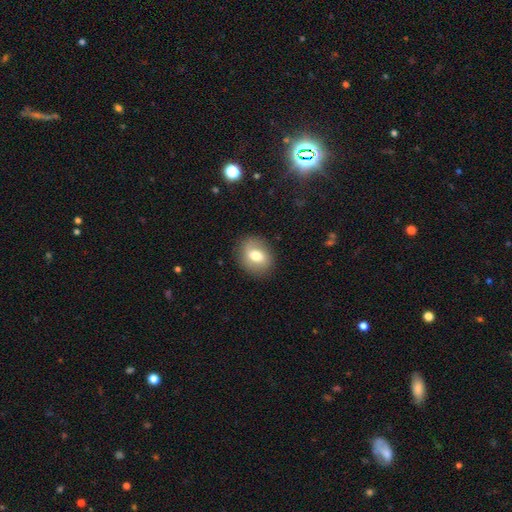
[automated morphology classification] This is likely a smooth galaxy (67%). How rounded: possibly round (51%). Merging: clearly none (85%).